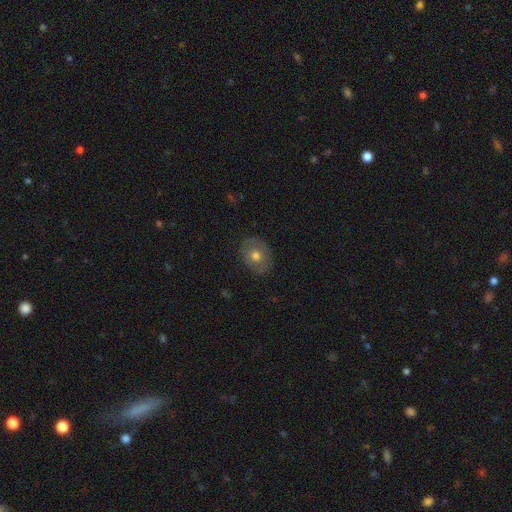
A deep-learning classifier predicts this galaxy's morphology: Smooth or featured: smooth — 65% (featured or disk — 25%)
How rounded: round — 52% (in between — 47%)
Merging: none — 82% (minor disturbance — 13%)